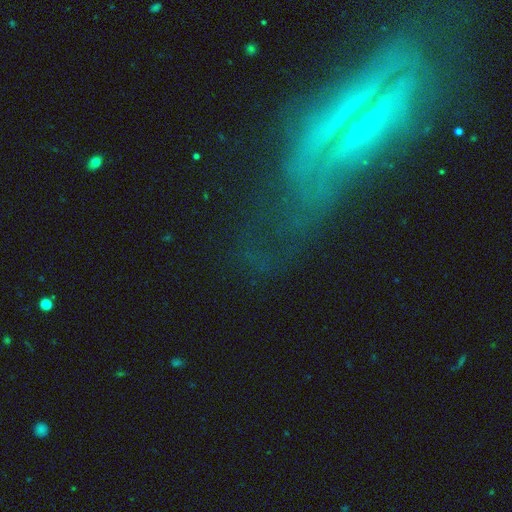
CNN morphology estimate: This appears to be a featured or disk galaxy (49%). Merging: none (62%).